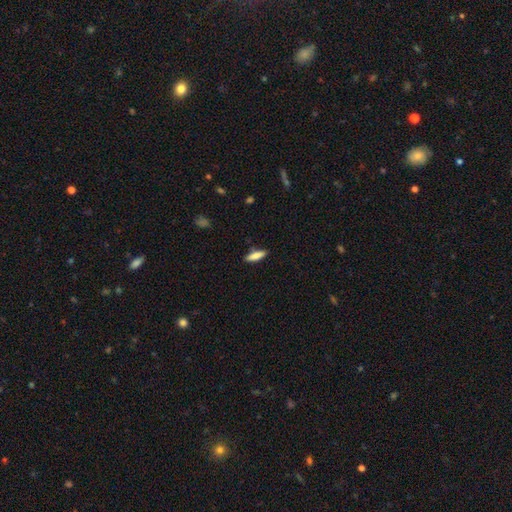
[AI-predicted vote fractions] Morphology: type=smooth (82%); roundness=cigar-shaped (57%); merging=none (87%).